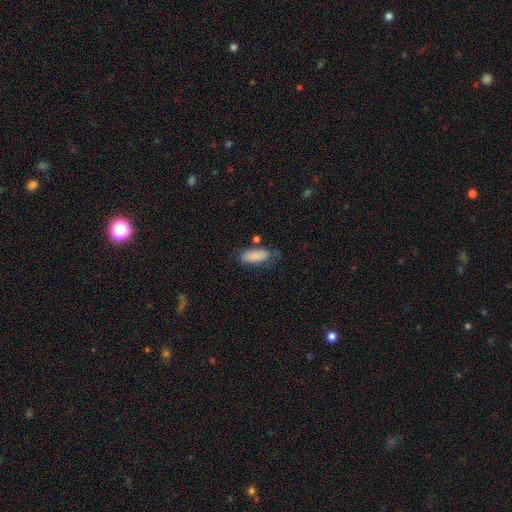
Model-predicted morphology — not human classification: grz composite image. It shows a smooth galaxy with no disk features (85%) that is in between round and cigar-shaped (79%). Merging: none (65%).